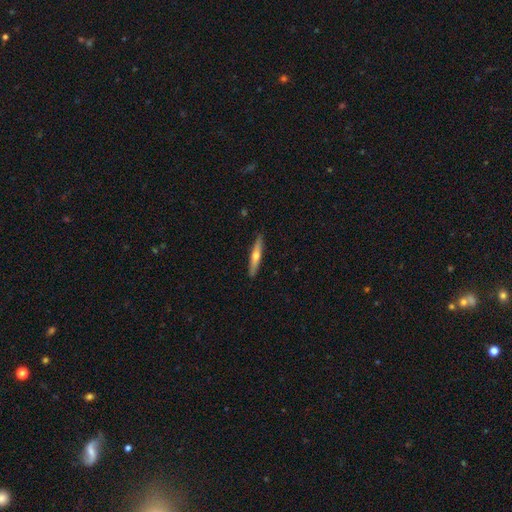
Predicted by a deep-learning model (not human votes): smooth_or_featured: featured or disk (p=0.47) [tied with: smooth p=0.47]
merging: none (p=0.90) [alt: minor disturbance p=0.07]